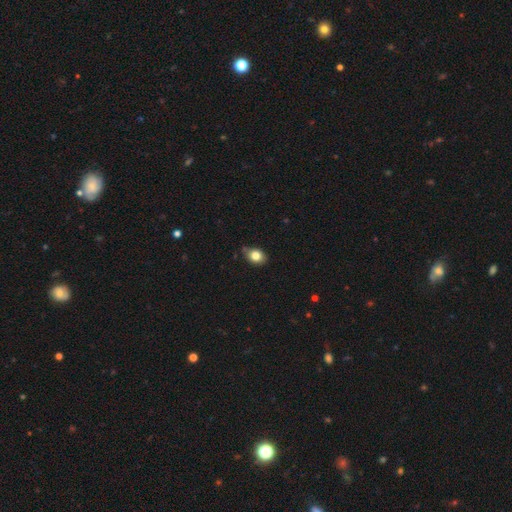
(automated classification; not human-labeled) Smooth or featured? Predicted: smooth (p=0.81). How rounded? Predicted: in between (p=0.58). Merging? Predicted: none (p=0.77).